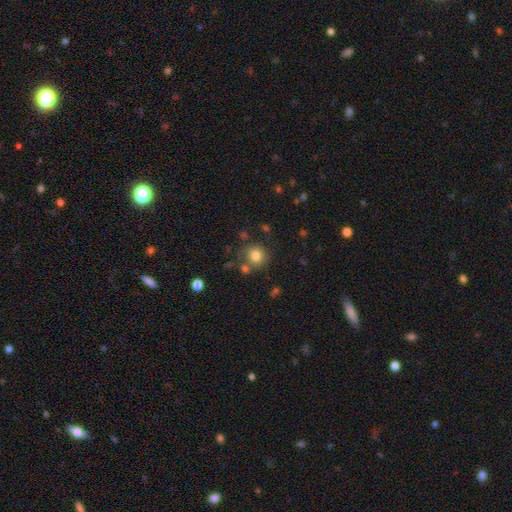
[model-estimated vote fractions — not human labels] smooth-or-featured: smooth: 79% | star or artifact: 11% | featured or disk: 9%
  how-rounded: round: 87% | in between: 12% | cigar-shaped: 1%
  merging: none: 71% | minor disturbance: 13% | merger: 11% | major disturbance: 5%